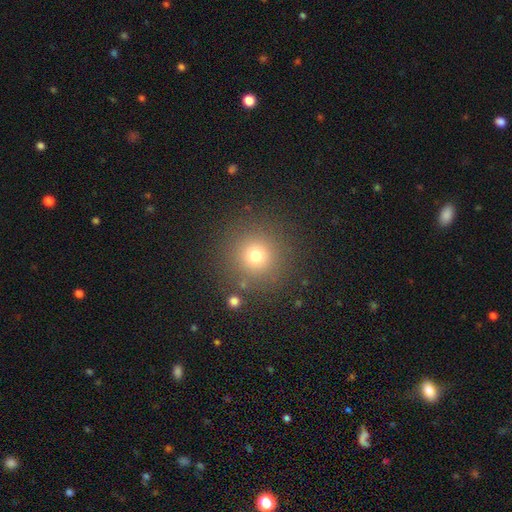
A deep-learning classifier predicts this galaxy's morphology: smooth_or_featured: smooth (p=0.72) [alt: star or artifact p=0.19]
how_rounded: round (p=0.95) [alt: in between p=0.05]
merging: none (p=0.86) [alt: minor disturbance p=0.07]